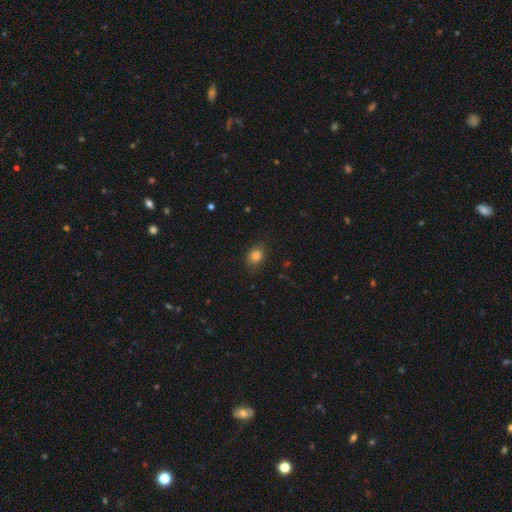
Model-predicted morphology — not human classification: smooth-or-featured: smooth: 84% | star or artifact: 11% | featured or disk: 5%
  how-rounded: in between: 56% | round: 43% | cigar-shaped: 1%
  merging: none: 83% | minor disturbance: 13% | major disturbance: 3% | merger: 1%